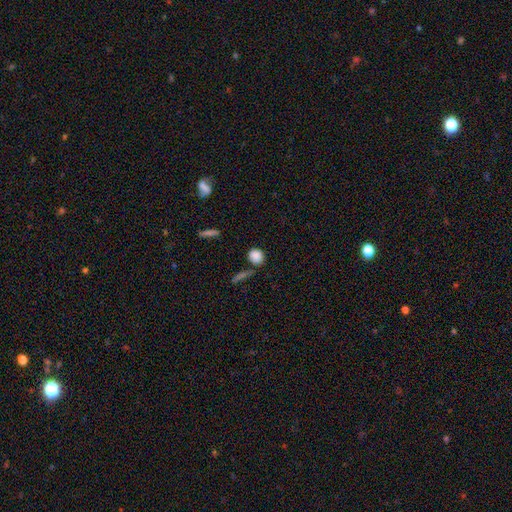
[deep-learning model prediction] A smooth galaxy with no disk features (85%) that is round (79%). Merging: none (73%).